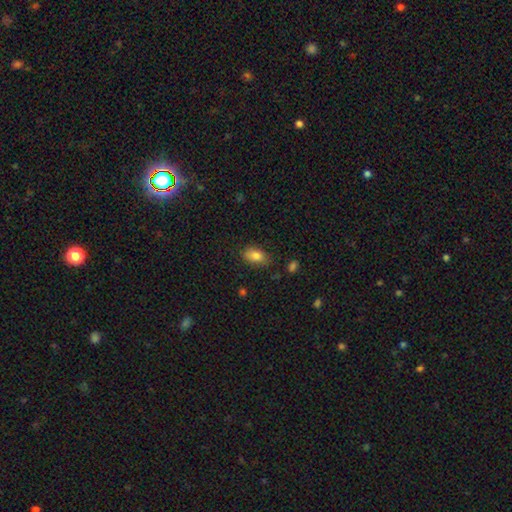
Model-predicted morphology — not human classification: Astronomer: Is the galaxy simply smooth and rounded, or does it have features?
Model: smooth — 83%.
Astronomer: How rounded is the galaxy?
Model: in between — 88%.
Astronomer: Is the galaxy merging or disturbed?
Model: none — 81%.